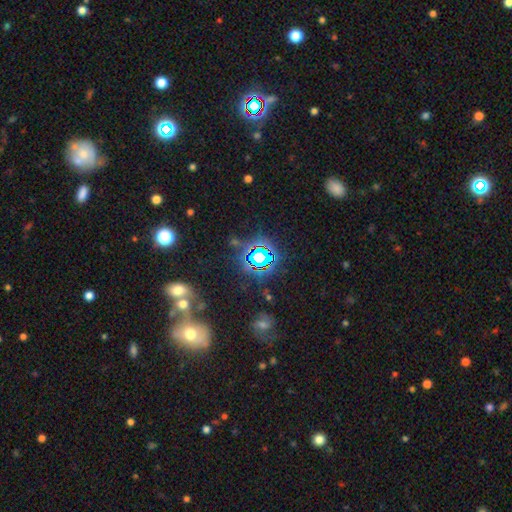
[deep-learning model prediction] star or artifact 74%, smooth 16%, featured or disk 10%.